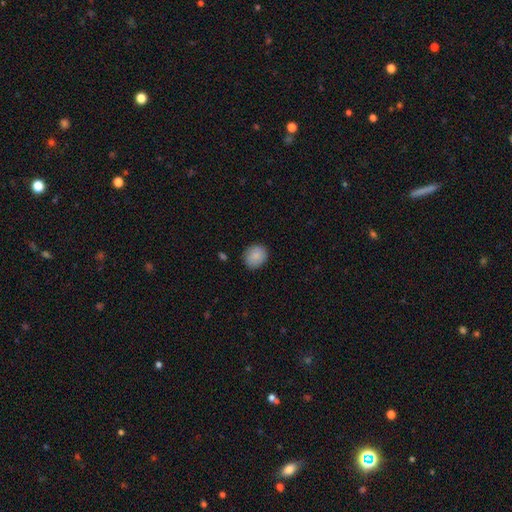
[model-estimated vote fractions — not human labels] Smooth or featured? smooth (88%)
How rounded? round (73%)
Merging? none (87%)